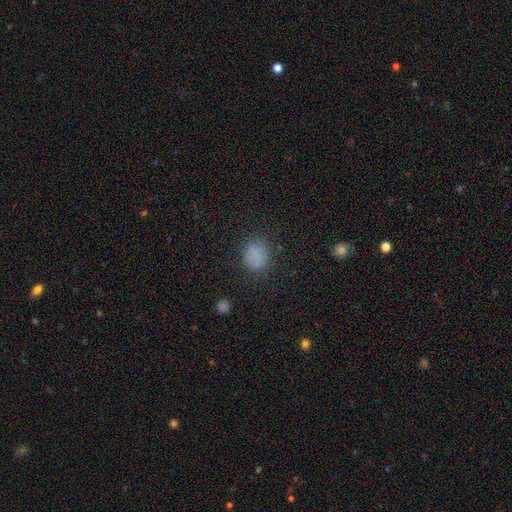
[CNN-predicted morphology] A smooth galaxy with no disk features (80%) that is round (58%). Merging: none (79%).